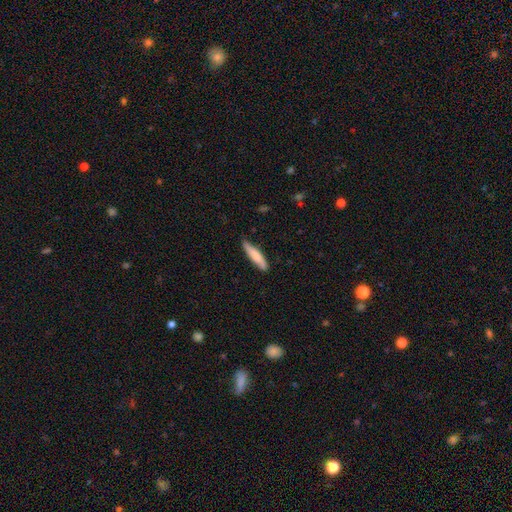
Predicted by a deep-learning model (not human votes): Smooth or featured? smooth (79%)
How rounded? cigar-shaped (80%)
Merging? none (75%)